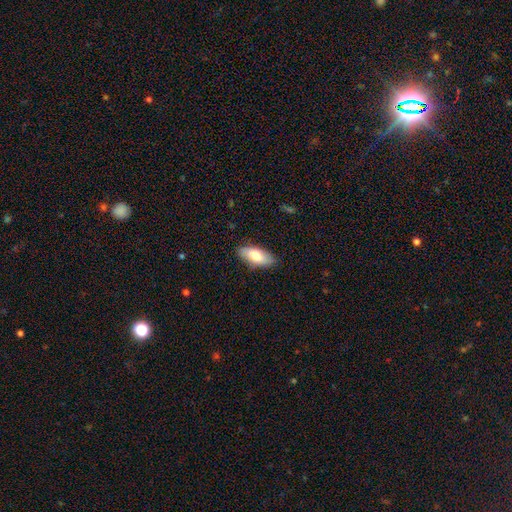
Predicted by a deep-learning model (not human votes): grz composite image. It shows a smooth galaxy with no disk features (76%) that is in between round and cigar-shaped (86%). Merging: none (85%).